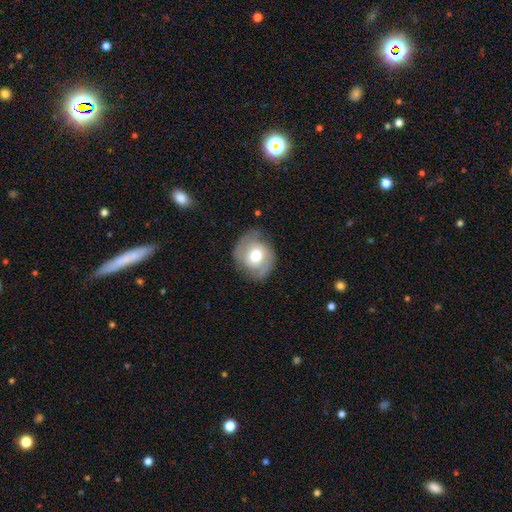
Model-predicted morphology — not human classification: Overall: featured or disk (57%; smooth 36%). Edge-on disk: no (96%). Bar: no (67%). Spiral arms: yes (78%). Bulge size: moderate (71%). Merging: none (71%).